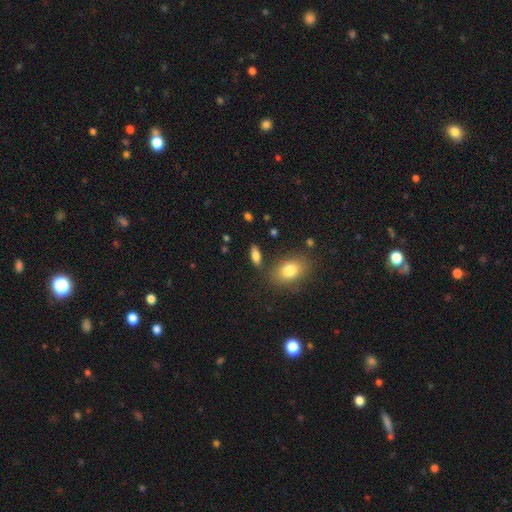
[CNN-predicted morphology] Q: Smooth or featured?
A: smooth (76%); runner-up: featured or disk (15%)
Q: How rounded?
A: in between (73%); runner-up: cigar-shaped (23%)
Q: Merging?
A: none (79%); runner-up: minor disturbance (11%)